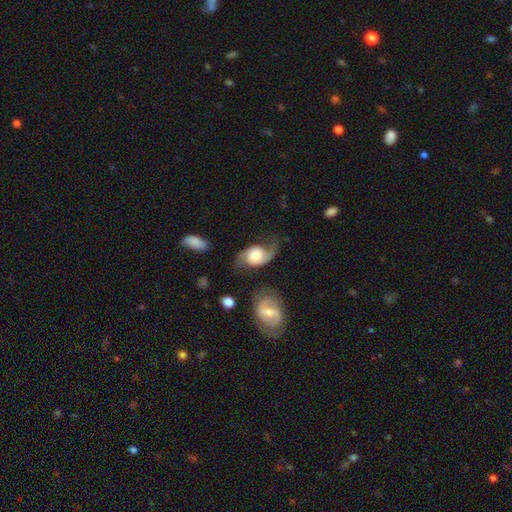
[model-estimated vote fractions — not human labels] Overall: featured or disk (66%; smooth 28%). Edge-on disk: no (96%). Bar: no (65%; weak 29%). Spiral arms: yes (91%). Spiral arm count: 2 (78%). Spiral winding: loose (50%; medium 38%). Bulge size: moderate (51%; large 24%). Merging: none (52%; minor disturbance 26%).